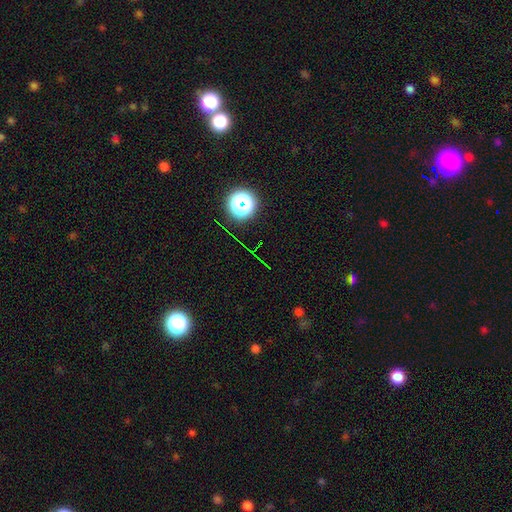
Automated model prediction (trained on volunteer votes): Smooth or featured? Predicted: star or artifact (p=0.71).